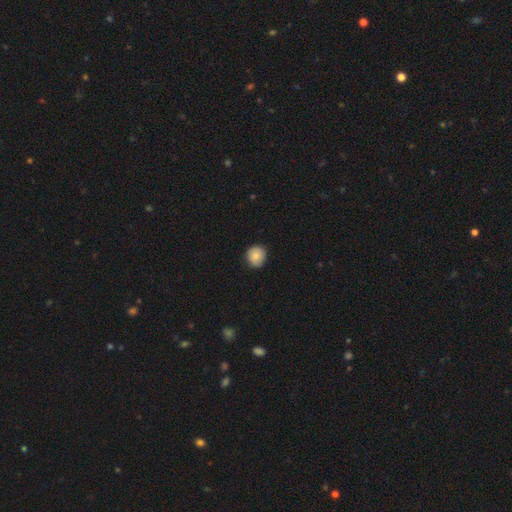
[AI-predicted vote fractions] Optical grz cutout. It shows a smooth galaxy with no disk features (84%) that is round (88%). Merging: none (87%).